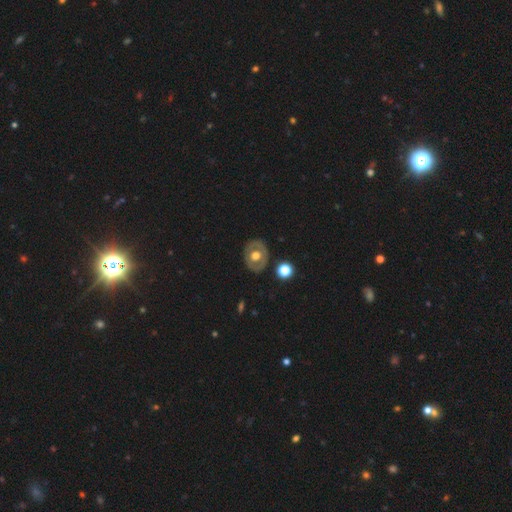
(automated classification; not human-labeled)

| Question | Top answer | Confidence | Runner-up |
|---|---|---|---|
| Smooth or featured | featured or disk | 55% | smooth (38%) |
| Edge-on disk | no | 93% | yes (7%) |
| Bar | no | 85% | weak (11%) |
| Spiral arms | no | 86% | yes (14%) |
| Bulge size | moderate | 57% | large (37%) |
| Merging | none | 81% | minor disturbance (12%) |